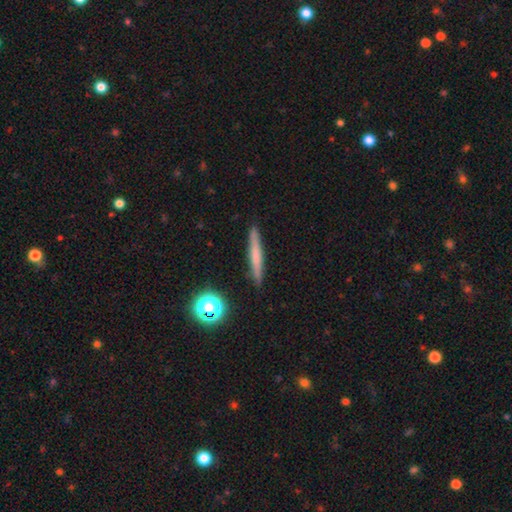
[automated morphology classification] This is possibly a smooth galaxy (58%). How rounded: clearly cigar-shaped (94%). Merging: clearly none (90%).